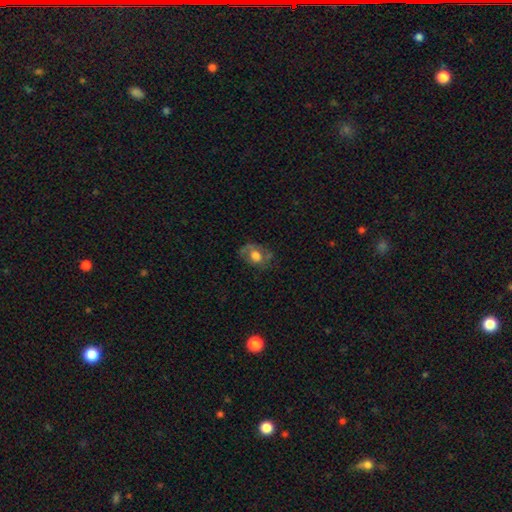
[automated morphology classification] This is possibly a smooth galaxy (51%). How rounded: likely in between (65%). Merging: possibly none (56%).